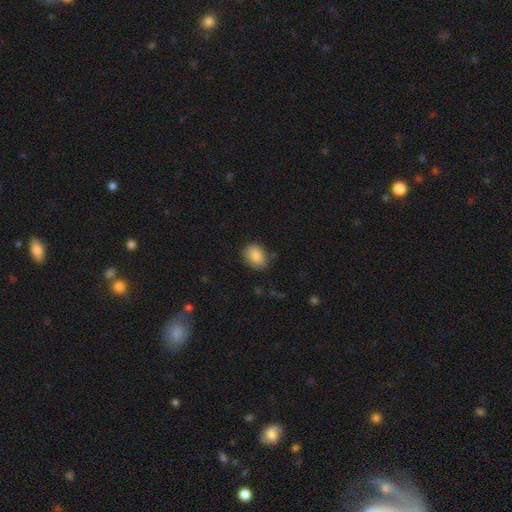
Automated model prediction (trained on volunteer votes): Q: Smooth or featured?
A: smooth (86%); runner-up: star or artifact (8%)
Q: How rounded?
A: in between (66%); runner-up: round (33%)
Q: Merging?
A: none (81%); runner-up: minor disturbance (14%)